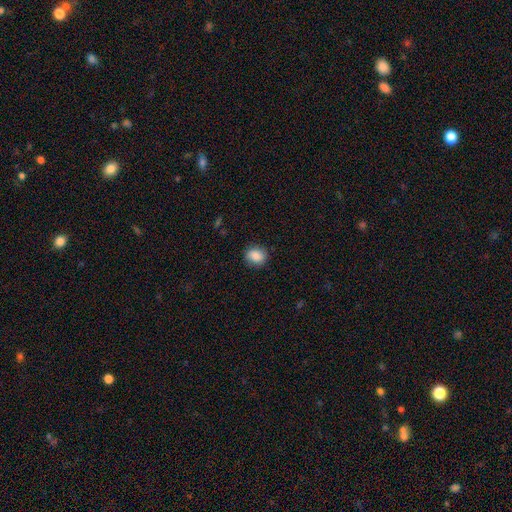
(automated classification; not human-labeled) smooth-or-featured: smooth: 86% | star or artifact: 8% | featured or disk: 6%
  how-rounded: round: 67% | in between: 32% | cigar-shaped: 1%
  merging: none: 86% | minor disturbance: 11% | major disturbance: 3% | merger: 1%